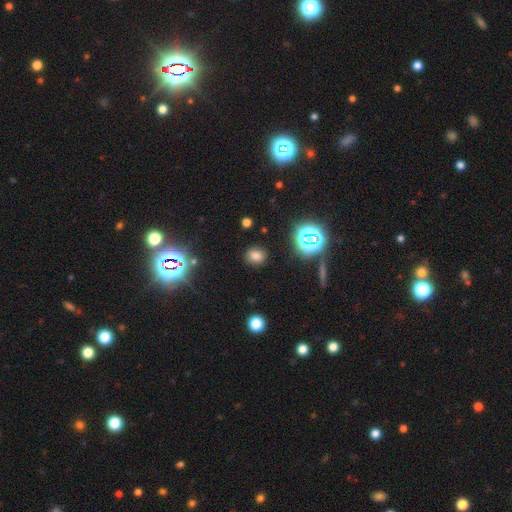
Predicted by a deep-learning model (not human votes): This is likely a smooth galaxy (71%). How rounded: likely round (68%). Merging: clearly none (87%).